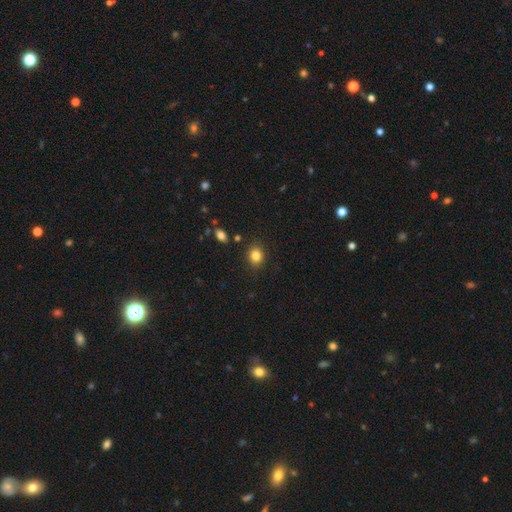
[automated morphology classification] Smooth or featured: smooth — 84% (star or artifact — 10%)
How rounded: round — 60% (in between — 39%)
Merging: none — 86% (minor disturbance — 9%)